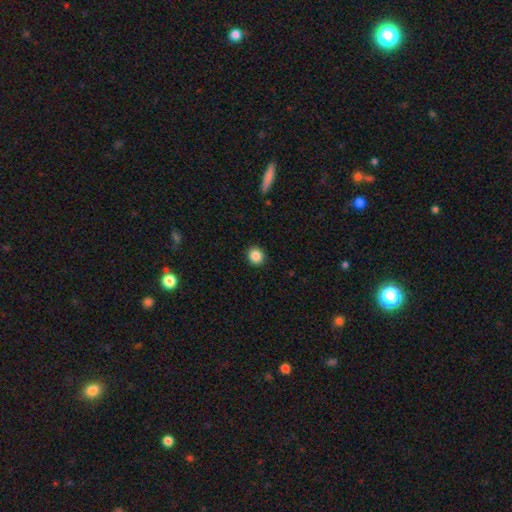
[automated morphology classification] Smooth or featured: smooth — 86% (star or artifact — 9%)
How rounded: round — 84% (in between — 15%)
Merging: none — 92% (minor disturbance — 5%)